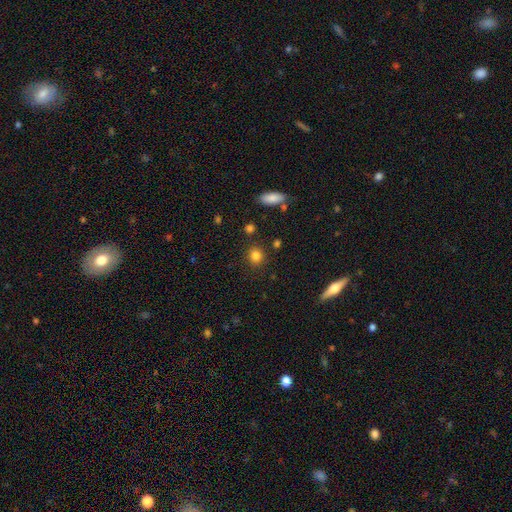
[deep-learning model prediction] Smooth or featured: smooth — 82% (star or artifact — 12%)
How rounded: round — 83% (in between — 16%)
Merging: none — 86% (minor disturbance — 8%)